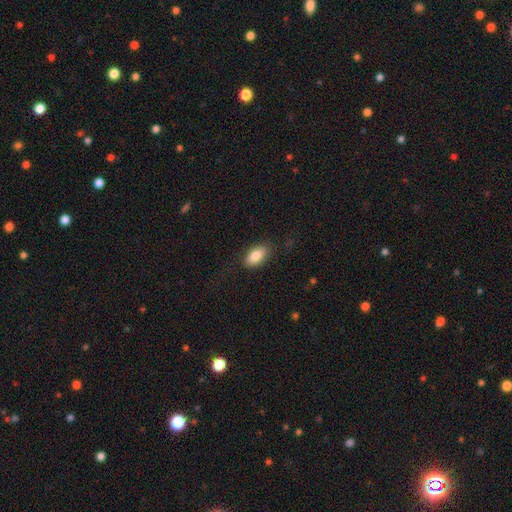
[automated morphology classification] Overall: smooth (84%). How rounded: in between (92%). Merging: none (82%).